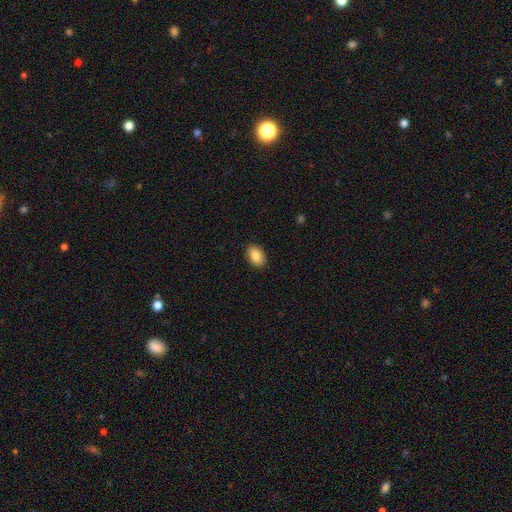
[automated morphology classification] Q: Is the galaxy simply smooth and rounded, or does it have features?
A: smooth — 88%.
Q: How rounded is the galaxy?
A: in between — 88%.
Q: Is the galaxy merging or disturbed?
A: none — 89%.